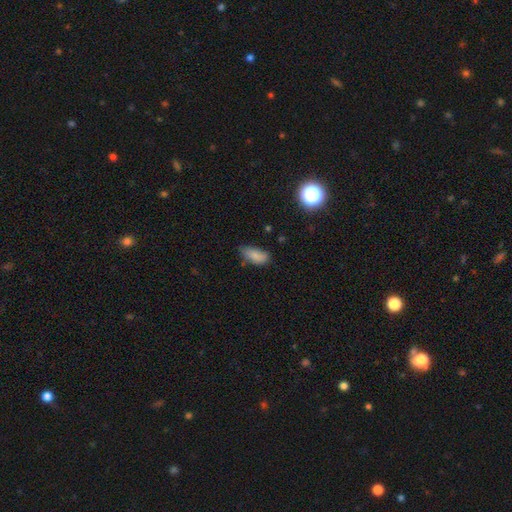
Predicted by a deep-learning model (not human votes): A smooth galaxy with no disk features (84%) that is in between round and cigar-shaped (87%).

Vote fractions:
- Smooth or featured? smooth: 84% / star or artifact: 9% / featured or disk: 6%
- How rounded? in between: 87% / cigar-shaped: 9% / round: 3%
- Merging? none: 61% / minor disturbance: 30% / major disturbance: 6% / merger: 3%